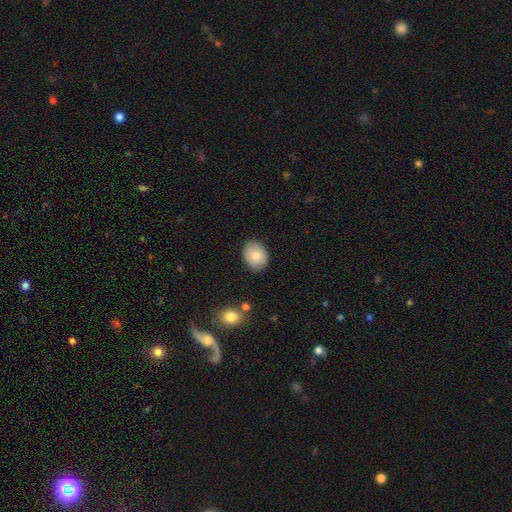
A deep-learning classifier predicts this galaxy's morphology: Smooth or featured?
  - smooth: 84% *
  - featured or disk: 9%
  - star or artifact: 7%
How rounded?
  - in between: 62% *
  - round: 37%
  - cigar-shaped: 1%
Merging?
  - none: 83% *
  - minor disturbance: 13%
  - major disturbance: 3%
  - merger: 2%